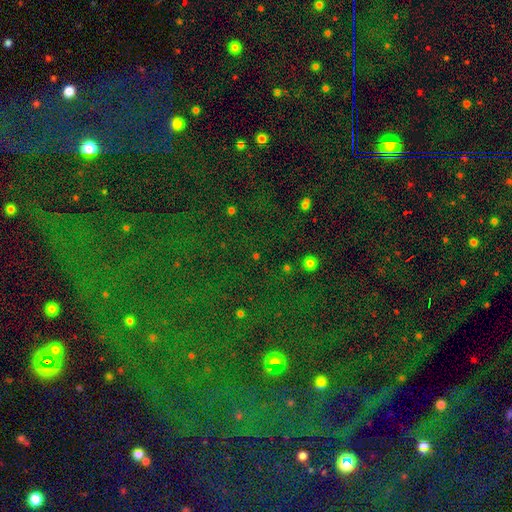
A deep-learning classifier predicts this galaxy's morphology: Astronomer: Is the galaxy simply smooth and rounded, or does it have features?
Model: star or artifact — 72%.